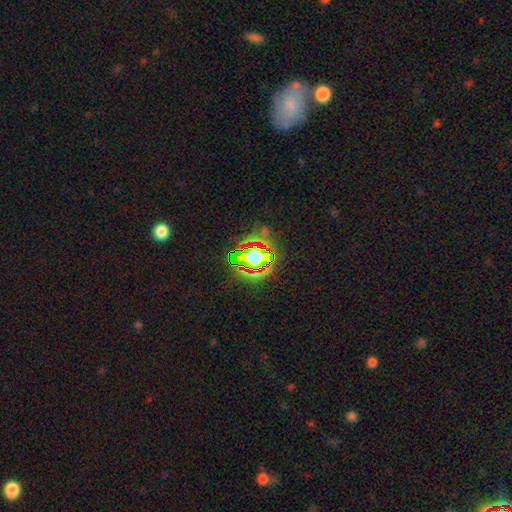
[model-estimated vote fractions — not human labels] A star or artifact, not a galaxy (63%).